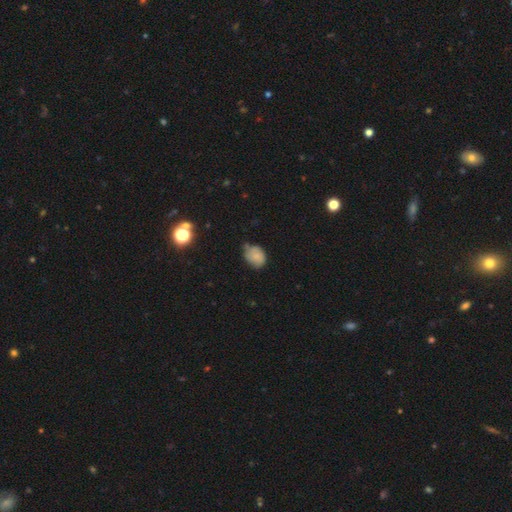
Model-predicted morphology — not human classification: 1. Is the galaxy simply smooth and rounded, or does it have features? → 75% smooth, 14% featured or disk, 11% star or artifact.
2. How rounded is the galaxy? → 65% in between, 34% round, 1% cigar-shaped.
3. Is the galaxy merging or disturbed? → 48% none, 40% minor disturbance, 9% major disturbance, 3% merger.